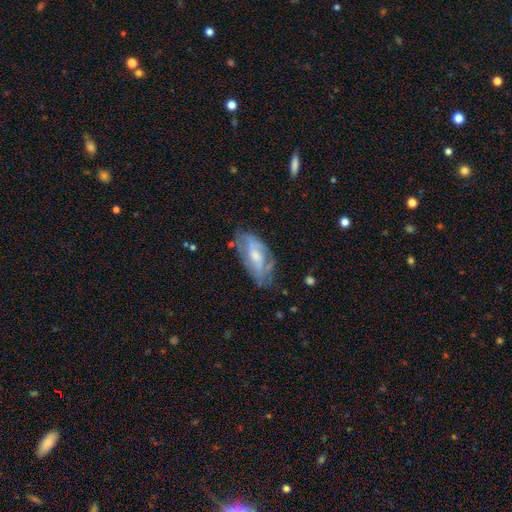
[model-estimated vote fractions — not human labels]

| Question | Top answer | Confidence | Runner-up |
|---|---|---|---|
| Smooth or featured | featured or disk | 58% | smooth (34%) |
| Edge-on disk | no | 89% | yes (11%) |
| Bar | no | 55% | weak (35%) |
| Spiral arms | yes | 63% | no (37%) |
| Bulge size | moderate | 48% | small (38%) |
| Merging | none | 57% | minor disturbance (28%) |